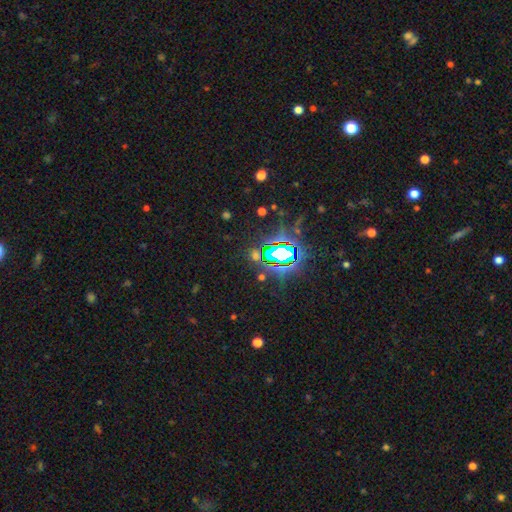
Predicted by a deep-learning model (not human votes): Smooth or featured? Predicted: star or artifact (p=0.76).